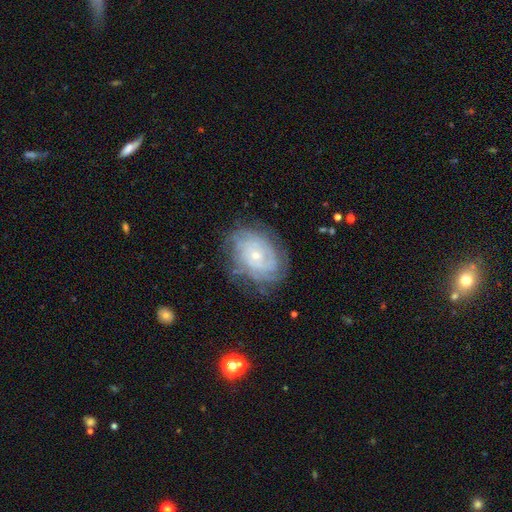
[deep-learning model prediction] Q: Smooth or featured?
A: featured or disk (76%); runner-up: smooth (16%)
Q: Edge-on disk?
A: no (97%); runner-up: yes (3%)
Q: Bar?
A: no (82%); runner-up: weak (15%)
Q: Spiral arms?
A: yes (88%); runner-up: no (12%)
Q: Spiral winding?
A: tight (77%); runner-up: medium (17%)
Q: Spiral arm count?
A: can't tell (54%); runner-up: 4 (12%)
Q: Bulge size?
A: small (76%); runner-up: moderate (21%)
Q: Merging?
A: none (73%); runner-up: minor disturbance (18%)